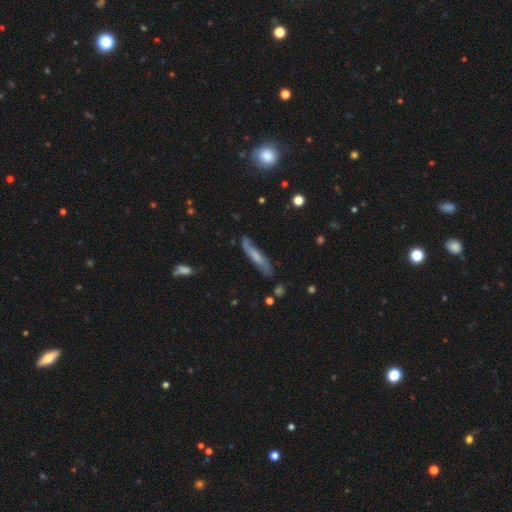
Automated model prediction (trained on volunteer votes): This appears to be a featured or disk galaxy (48%). Merging: none (70%).